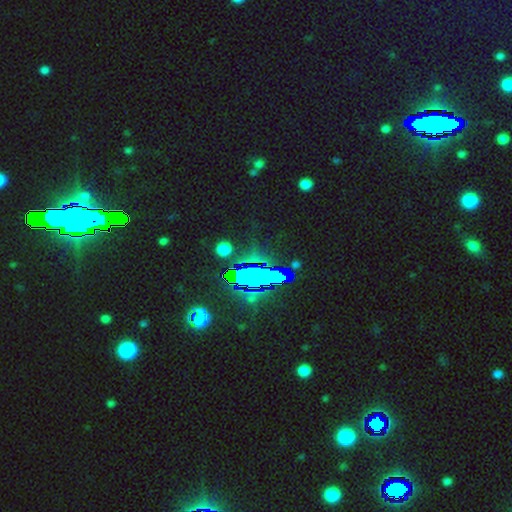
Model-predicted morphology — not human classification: Smooth or featured?
  - star or artifact: 84% *
  - smooth: 9%
  - featured or disk: 7%